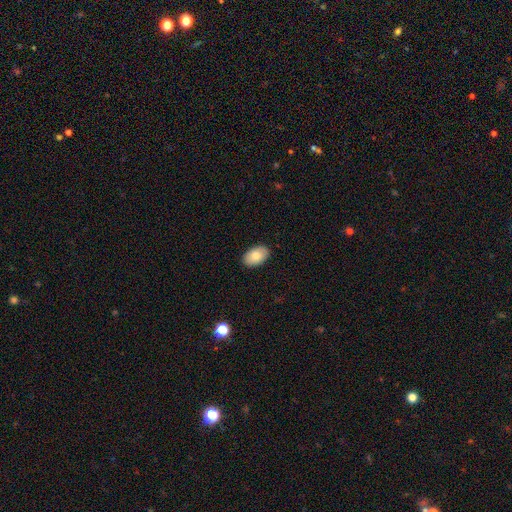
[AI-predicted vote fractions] Smooth or featured?
  - smooth: 78% *
  - featured or disk: 15%
  - star or artifact: 7%
How rounded?
  - in between: 92% *
  - round: 7%
  - cigar-shaped: 1%
Merging?
  - none: 90% *
  - minor disturbance: 8%
  - major disturbance: 2%
  - merger: 1%